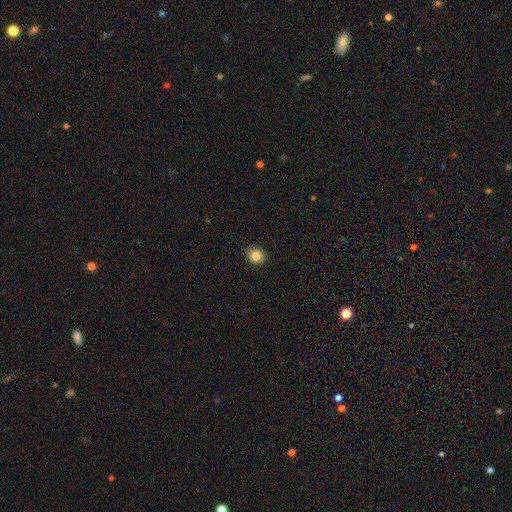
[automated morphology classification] Smooth or featured?
  - smooth: 85% *
  - star or artifact: 10%
  - featured or disk: 6%
How rounded?
  - round: 70% *
  - in between: 29%
  - cigar-shaped: 1%
Merging?
  - none: 91% *
  - minor disturbance: 7%
  - major disturbance: 2%
  - merger: 1%